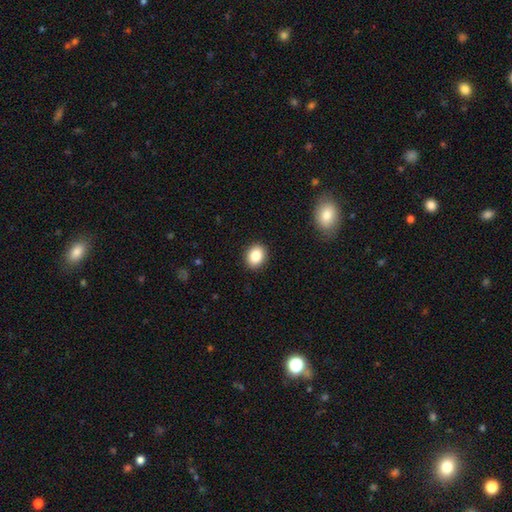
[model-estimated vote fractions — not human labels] Morphology: type=smooth (85%); roundness=in between (50%); merging=none (91%).